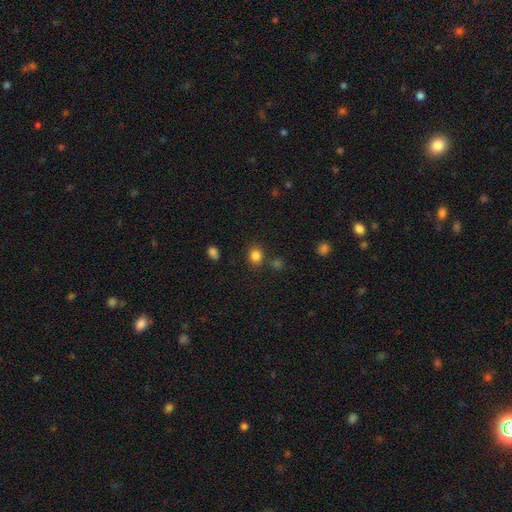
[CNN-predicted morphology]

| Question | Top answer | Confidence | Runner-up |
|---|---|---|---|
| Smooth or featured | smooth | 83% | star or artifact (12%) |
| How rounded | round | 66% | in between (33%) |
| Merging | none | 78% | minor disturbance (11%) |